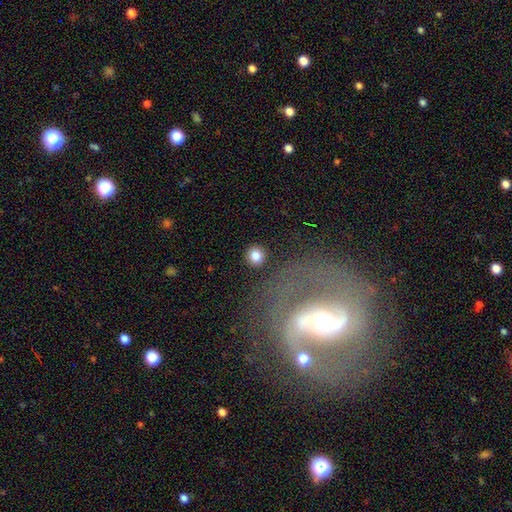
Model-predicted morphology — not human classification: Smooth or featured? Predicted: smooth (p=0.82). How rounded? Predicted: round (p=0.92). Merging? Predicted: none (p=0.90).